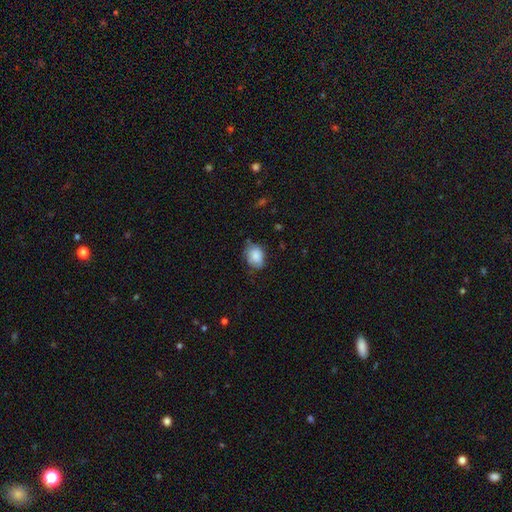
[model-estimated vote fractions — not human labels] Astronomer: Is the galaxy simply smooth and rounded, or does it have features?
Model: smooth — 84%.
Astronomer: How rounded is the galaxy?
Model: in between — 68%.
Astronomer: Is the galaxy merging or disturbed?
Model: none — 66%.